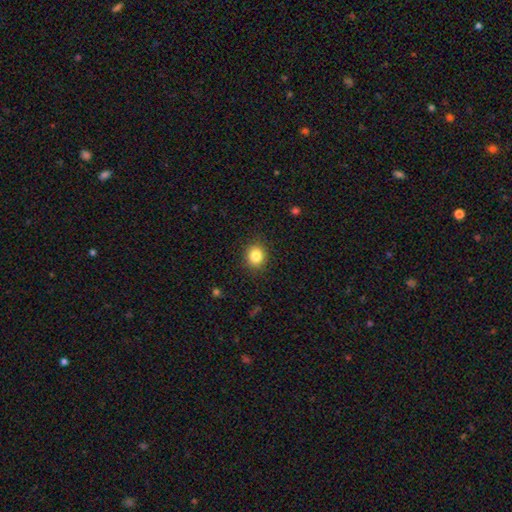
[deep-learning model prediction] Smooth or featured?
  - smooth: 84% *
  - star or artifact: 10%
  - featured or disk: 6%
How rounded?
  - round: 80% *
  - in between: 19%
  - cigar-shaped: 1%
Merging?
  - none: 90% *
  - minor disturbance: 7%
  - major disturbance: 2%
  - merger: 1%